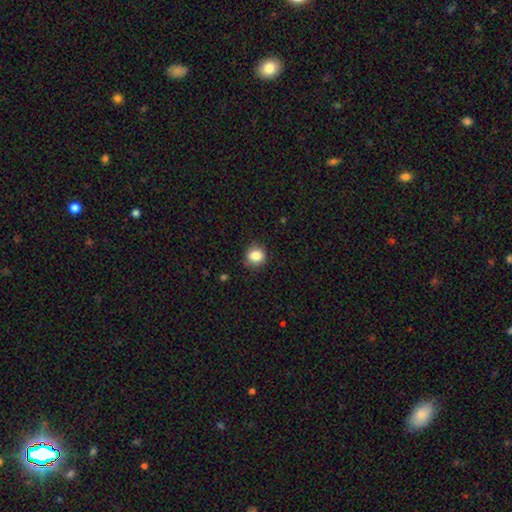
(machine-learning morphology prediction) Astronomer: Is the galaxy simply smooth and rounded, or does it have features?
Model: smooth — 84%.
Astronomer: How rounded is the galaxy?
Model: round — 80%.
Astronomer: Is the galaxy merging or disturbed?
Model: none — 86%.